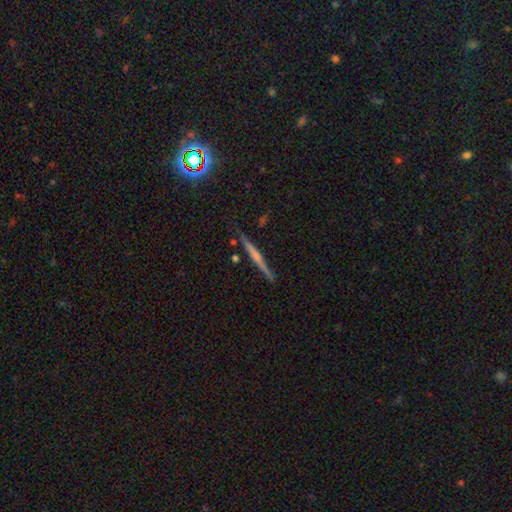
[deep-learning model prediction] A featured or disk galaxy (63%) viewed edge-on (98%) with a rounded central bulge (46%). Merging: none (88%).